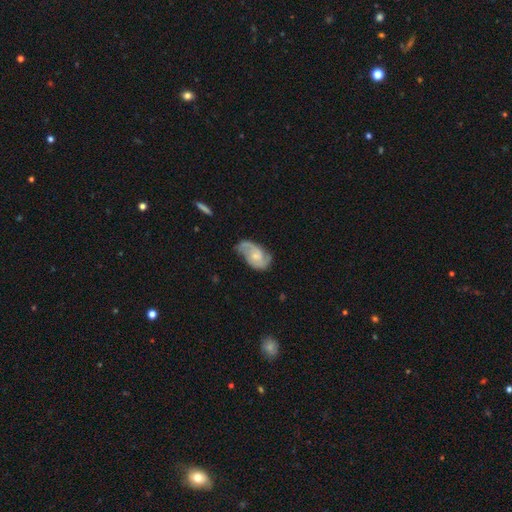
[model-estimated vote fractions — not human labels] Smooth or featured? featured or disk (75%)
Edge-on disk? no (97%)
Bar? no (63%)
Spiral arms? yes (93%)
Spiral winding? medium (46%)
Spiral arm count? 2 (77%)
Bulge size? small (54%)
Merging? none (55%)